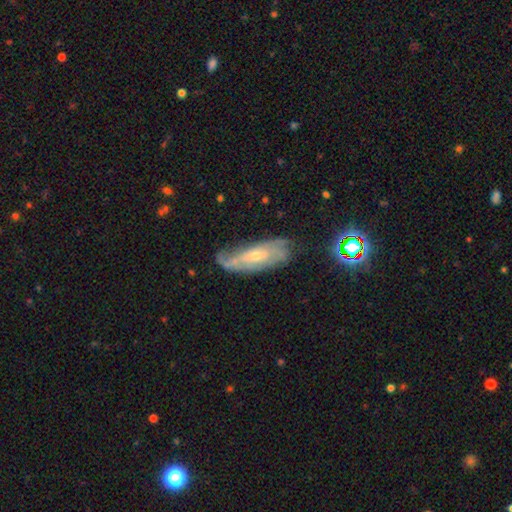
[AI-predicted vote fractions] smooth-or-featured: featured or disk: 73% | smooth: 19% | star or artifact: 8%
  disk-edge-on: no: 85% | yes: 15%
    bar: no: 61% | weak: 30% | strong: 9%
    has-spiral-arms: yes: 88% | no: 12%
      spiral-winding: tight: 45% | medium: 36% | loose: 19%
      spiral-arm-count: can't tell: 44% | 2: 33% | 3: 10% | 1: 5% | 4: 5% | more than 4: 3%
    bulge-size: small: 71% | moderate: 24% | none: 2% | large: 1% | dominant: 1%
  merging: none: 57% | minor disturbance: 27% | major disturbance: 12% | merger: 3%